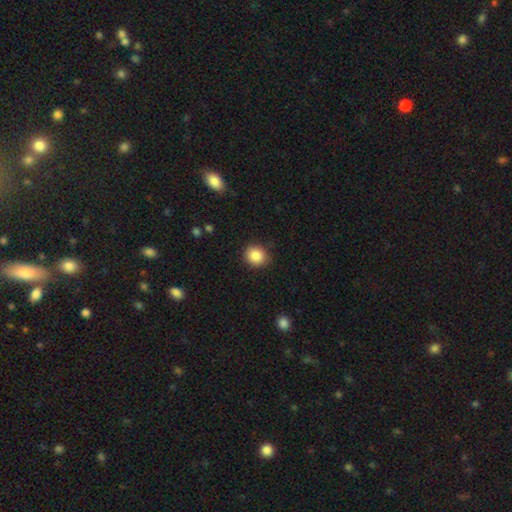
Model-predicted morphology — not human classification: smooth-or-featured: smooth: 86% | star or artifact: 9% | featured or disk: 4%
  how-rounded: round: 84% | in between: 15% | cigar-shaped: 1%
  merging: none: 87% | minor disturbance: 9% | major disturbance: 2% | merger: 1%